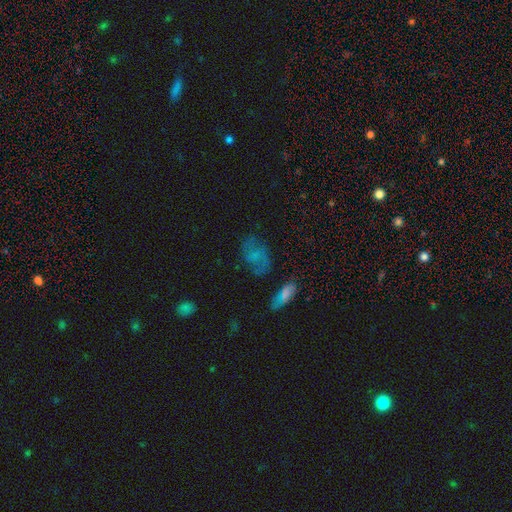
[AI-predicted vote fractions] A smooth galaxy with no disk features (44%). Merging: none (64%).